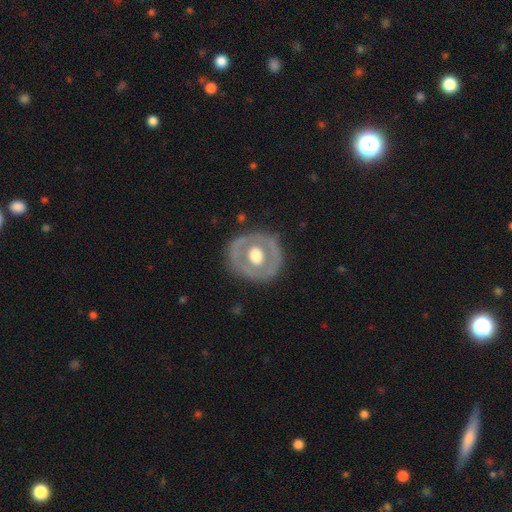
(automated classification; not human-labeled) A featured or disk galaxy (55%) with no bar (85%), no spiral arms (89%) and a moderate central bulge (52%). Merging: none (78%).